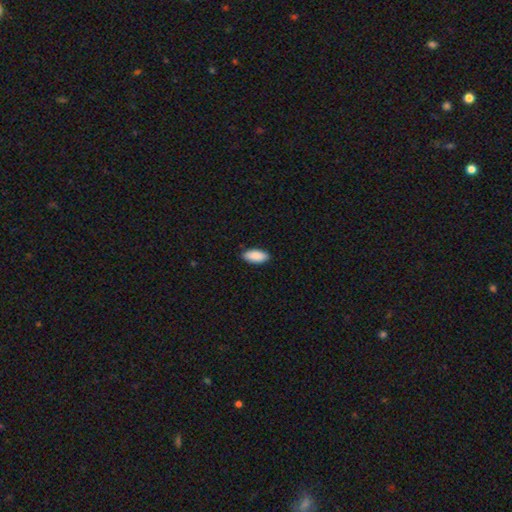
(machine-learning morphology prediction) A smooth galaxy with no disk features (89%) that is in between round and cigar-shaped (89%).

Vote fractions:
- Smooth or featured? smooth: 89% / star or artifact: 6% / featured or disk: 5%
- How rounded? in between: 89% / cigar-shaped: 9% / round: 2%
- Merging? none: 89% / minor disturbance: 9% / major disturbance: 2% / merger: 1%